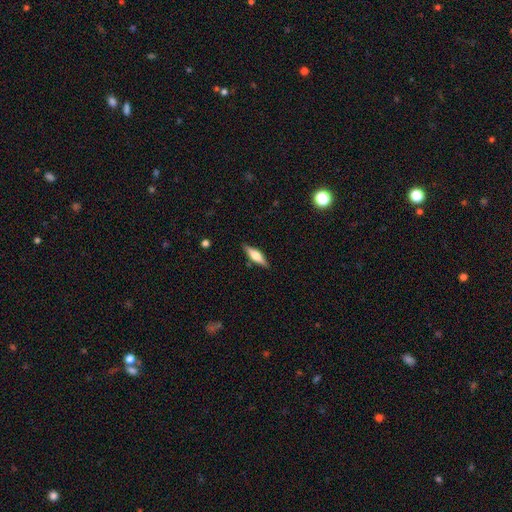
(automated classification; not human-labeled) Morphology: type=featured or disk (52%); edge-on=yes (95%); merging=none (87%).